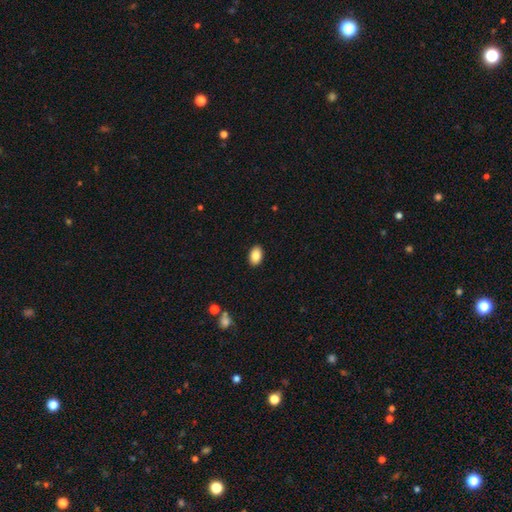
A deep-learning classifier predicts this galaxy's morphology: This appears to be a smooth galaxy with no disk features (87%) that is in between round and cigar-shaped (89%). Merging: none (90%).